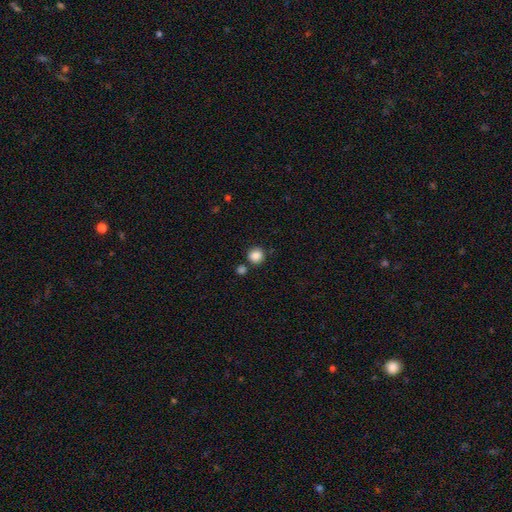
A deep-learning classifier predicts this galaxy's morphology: Smooth or featured? Predicted: smooth (p=0.87). How rounded? Predicted: round (p=0.90). Merging? Predicted: none (p=0.80).